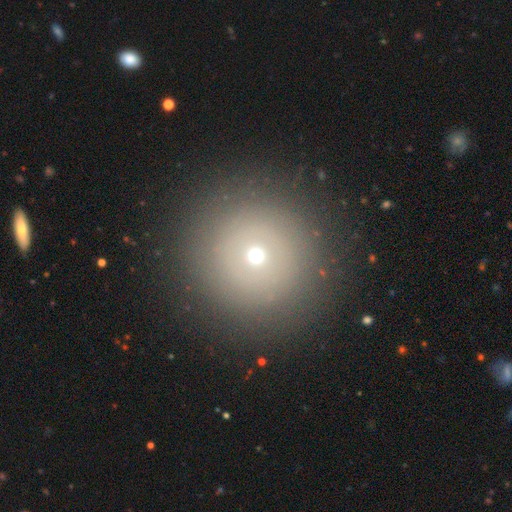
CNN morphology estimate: A smooth galaxy with no disk features (61%) that is round (96%).

Vote fractions:
- Smooth or featured? smooth: 61% / featured or disk: 20% / star or artifact: 18%
- How rounded? round: 96% / in between: 3% / cigar-shaped: 1%
- Merging? none: 90% / minor disturbance: 6% / major disturbance: 3% / merger: 1%